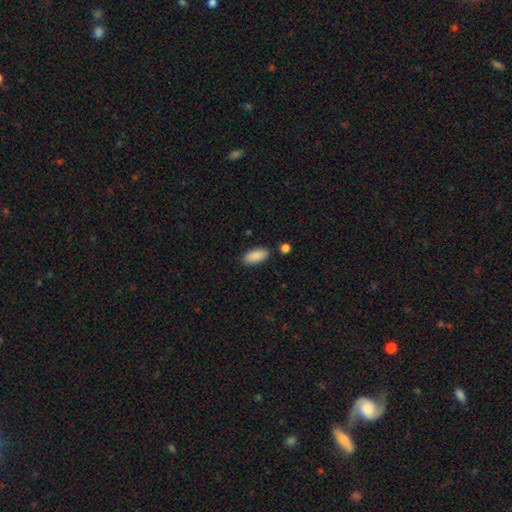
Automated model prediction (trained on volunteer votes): This appears to be a smooth galaxy with no disk features (90%) that is in between round and cigar-shaped (87%). Merging: none (85%).